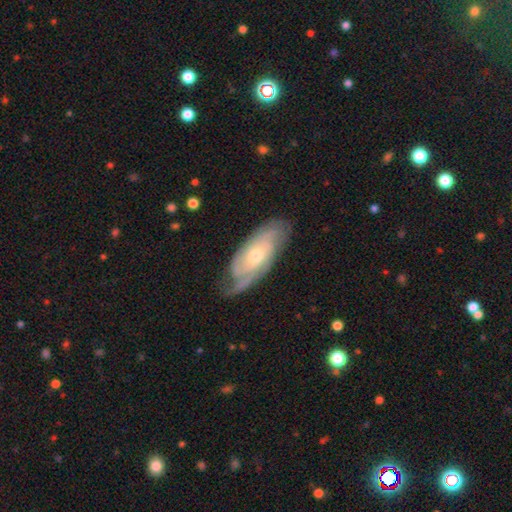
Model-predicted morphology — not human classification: A featured or disk galaxy (80%) with no bar (71%), 2 (38%) tight (59%) spiral arms (94%) and a moderate central bulge (54%).

Vote fractions:
- Smooth or featured? featured or disk: 80% / smooth: 15% / star or artifact: 5%
- Edge-on disk? no: 90% / yes: 10%
- Bar? no: 71% / weak: 25% / strong: 5%
- Spiral arms? yes: 94% / no: 6%
- Spiral winding? tight: 59% / medium: 32% / loose: 10%
- Spiral arm count? 2: 38% / can't tell: 33% / 3: 15% / 1: 7% / 4: 5% / more than 4: 3%
- Bulge size? moderate: 54% / small: 41% / large: 3% / none: 1% / dominant: 1%
- Merging? none: 70% / minor disturbance: 22% / major disturbance: 7% / merger: 1%